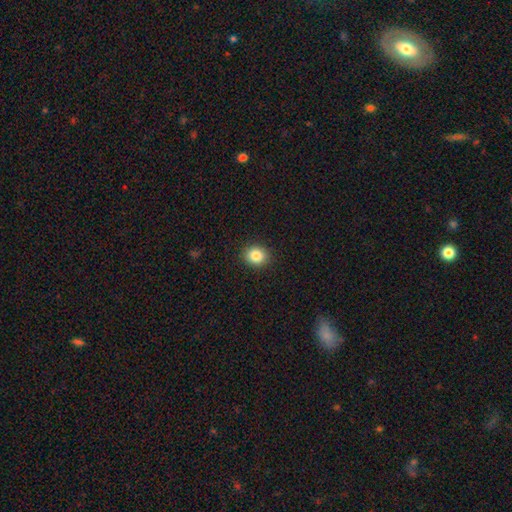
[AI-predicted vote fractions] The model was most divided on "how rounded": round: 68%, in between: 31%, cigar-shaped: 1%. More confident: merging — none (91%); smooth or featured — smooth (85%).